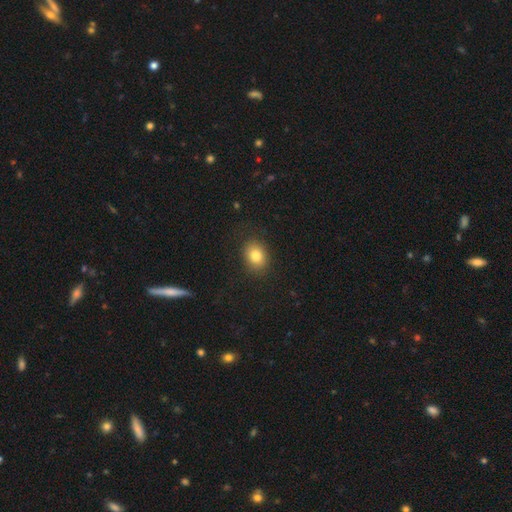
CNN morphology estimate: type=smooth (82%); roundness=in between (53%); merging=none (86%).